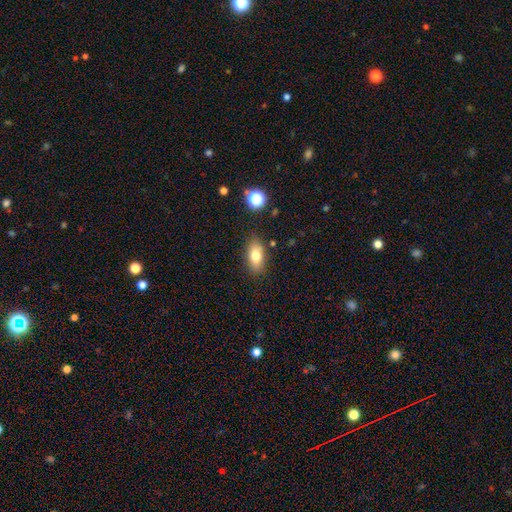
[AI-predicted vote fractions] Smooth or featured? Predicted: smooth (p=0.77). How rounded? Predicted: in between (p=0.84). Merging? Predicted: none (p=0.81).